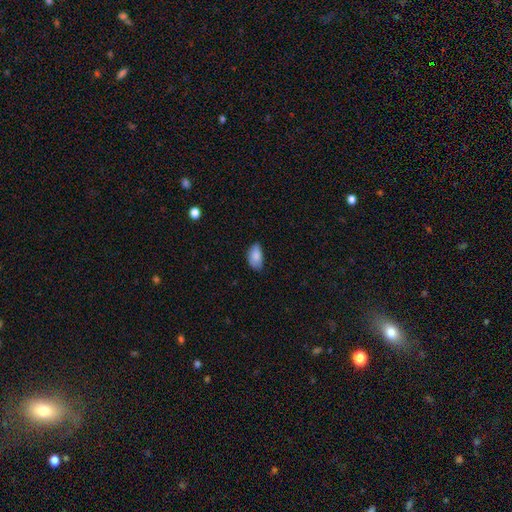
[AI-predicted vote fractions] smooth-or-featured: smooth: 84% | featured or disk: 9% | star or artifact: 7%
  how-rounded: in between: 93% | round: 5% | cigar-shaped: 2%
  merging: none: 59% | minor disturbance: 34% | major disturbance: 6% | merger: 1%